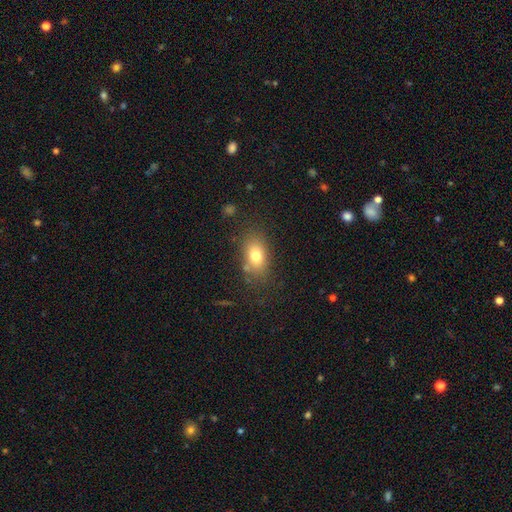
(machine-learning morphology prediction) smooth_or_featured: smooth (p=0.77) [alt: featured or disk p=0.13]
how_rounded: in between (p=0.80) [alt: round p=0.17]
merging: none (p=0.75) [alt: minor disturbance p=0.15]